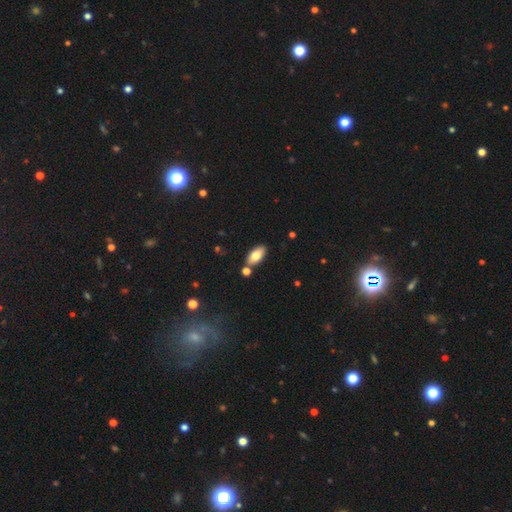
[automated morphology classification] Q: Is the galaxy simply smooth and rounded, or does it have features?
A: smooth — 77%.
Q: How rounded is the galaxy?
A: in between — 92%.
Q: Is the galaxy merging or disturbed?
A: none — 76%.